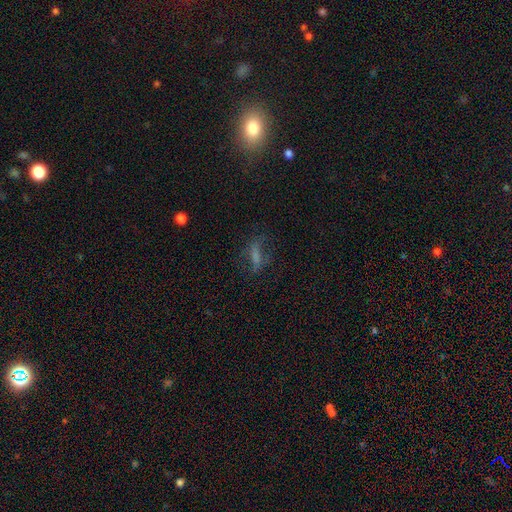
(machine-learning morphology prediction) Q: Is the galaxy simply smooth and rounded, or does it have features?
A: smooth — 47%.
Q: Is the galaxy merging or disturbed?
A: none — 59%.